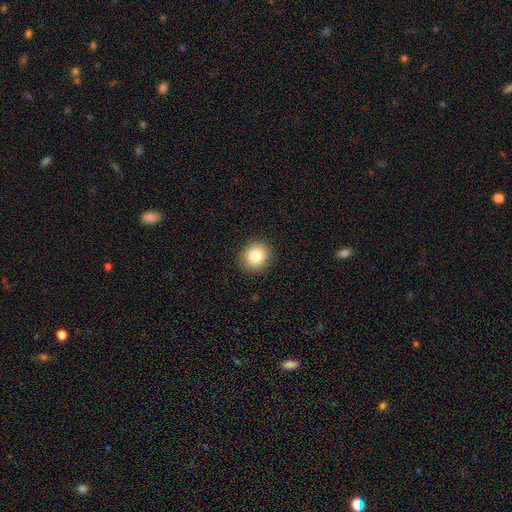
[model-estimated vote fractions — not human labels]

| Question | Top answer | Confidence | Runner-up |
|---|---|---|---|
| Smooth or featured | smooth | 84% | star or artifact (10%) |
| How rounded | round | 85% | in between (14%) |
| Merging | none | 91% | minor disturbance (6%) |